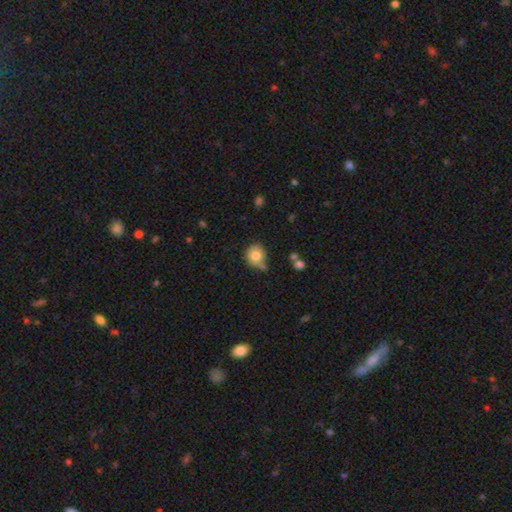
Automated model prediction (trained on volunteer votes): This is clearly a smooth galaxy (80%). How rounded: clearly round (86%). Merging: likely none (61%).